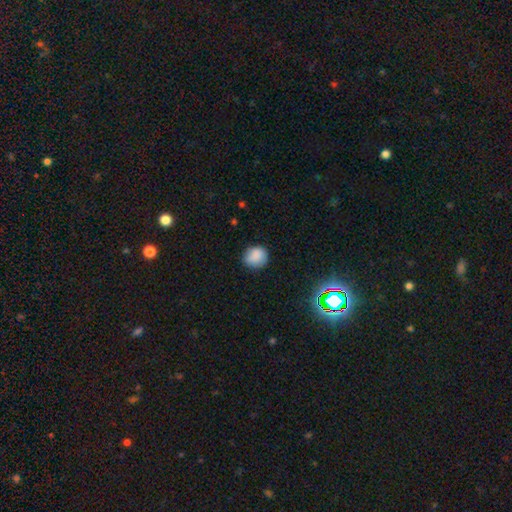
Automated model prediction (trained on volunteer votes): Smooth or featured? smooth (86%)
How rounded? round (77%)
Merging? none (81%)